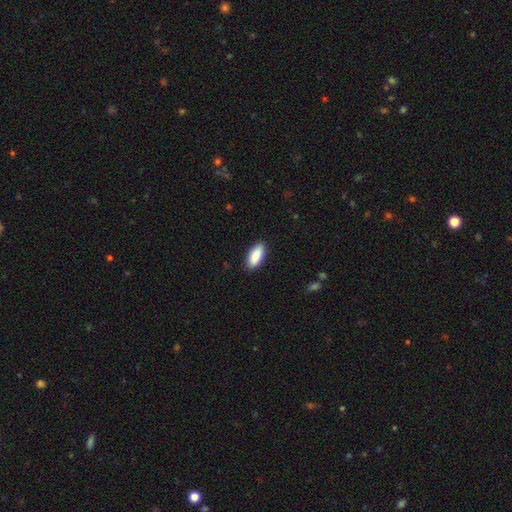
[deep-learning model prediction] Morphology: type=smooth (89%); roundness=in between (84%); merging=none (89%).